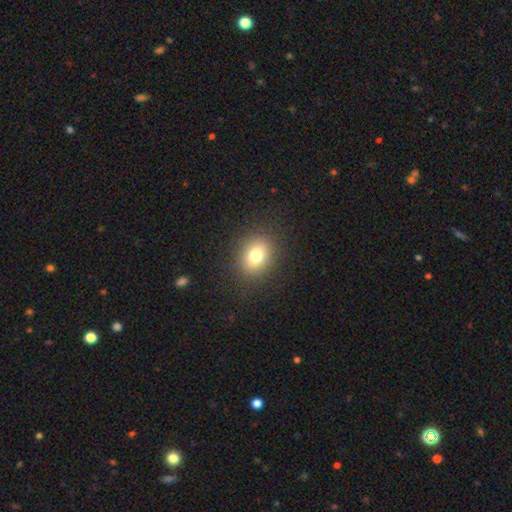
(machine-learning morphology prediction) Smooth or featured?
  - smooth: 77% *
  - star or artifact: 13%
  - featured or disk: 10%
How rounded?
  - round: 59% *
  - in between: 40%
  - cigar-shaped: 1%
Merging?
  - none: 88% *
  - minor disturbance: 8%
  - major disturbance: 3%
  - merger: 1%